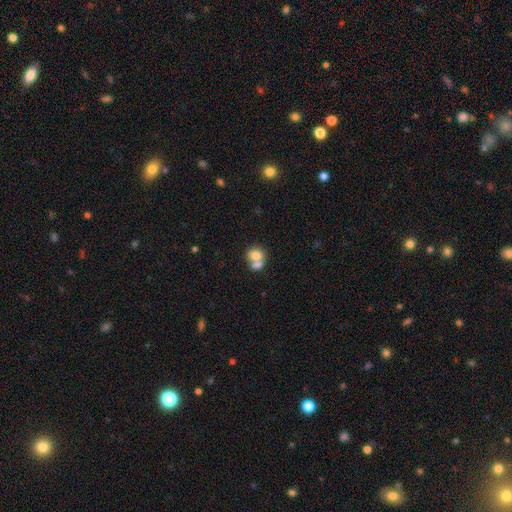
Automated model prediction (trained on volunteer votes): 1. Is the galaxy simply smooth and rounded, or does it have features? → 74% smooth, 17% featured or disk, 9% star or artifact.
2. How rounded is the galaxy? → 55% round, 43% in between, 1% cigar-shaped.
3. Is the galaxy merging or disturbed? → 59% merger, 30% none, 8% minor disturbance, 4% major disturbance.